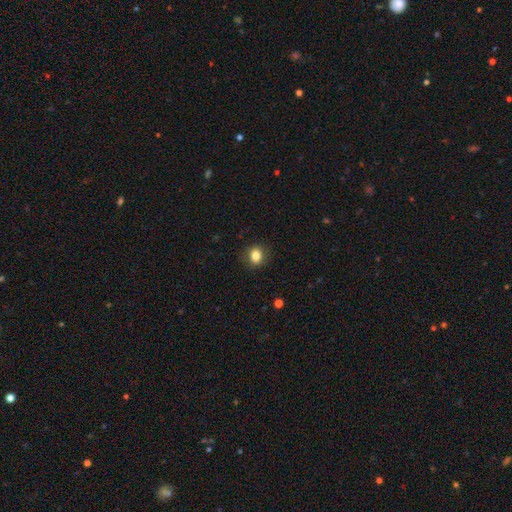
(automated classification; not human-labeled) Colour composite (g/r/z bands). It shows a smooth galaxy with no disk features (83%) that is round (56%). Merging: none (86%).